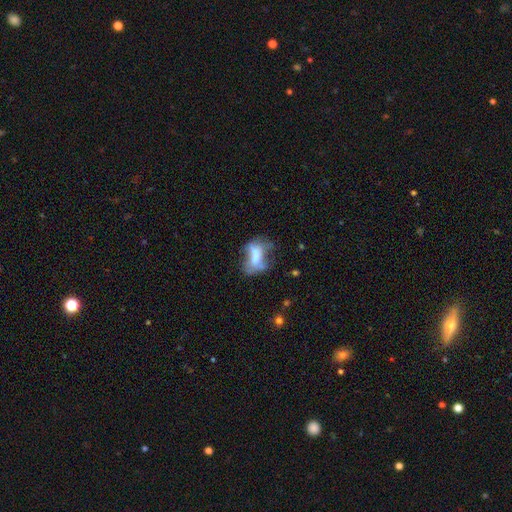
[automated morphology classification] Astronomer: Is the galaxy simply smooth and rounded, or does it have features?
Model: smooth — 45% (runner-up: featured or disk, 43%).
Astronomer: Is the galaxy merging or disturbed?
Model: major disturbance — 33% (runner-up: none, 27%).